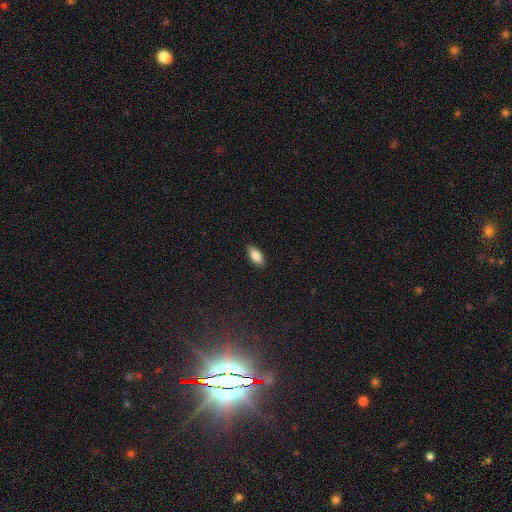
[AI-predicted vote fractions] A smooth galaxy with no disk features (85%) that is in between round and cigar-shaped (86%). Merging: none (89%).